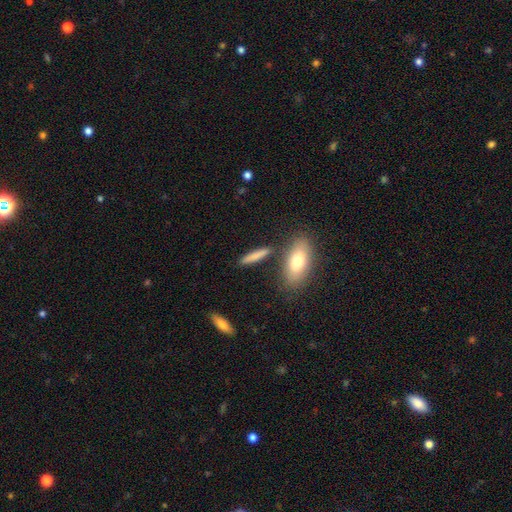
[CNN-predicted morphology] Q: Smooth or featured?
A: smooth (78%); runner-up: featured or disk (16%)
Q: How rounded?
A: cigar-shaped (80%); runner-up: in between (17%)
Q: Merging?
A: none (80%); runner-up: minor disturbance (10%)